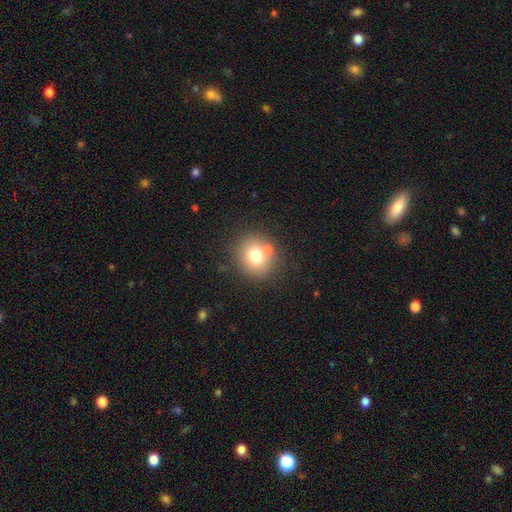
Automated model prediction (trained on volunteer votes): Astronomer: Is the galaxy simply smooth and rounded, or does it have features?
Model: smooth — 73%.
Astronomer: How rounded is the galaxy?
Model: round — 82%.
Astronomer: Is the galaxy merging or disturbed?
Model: none — 72%.